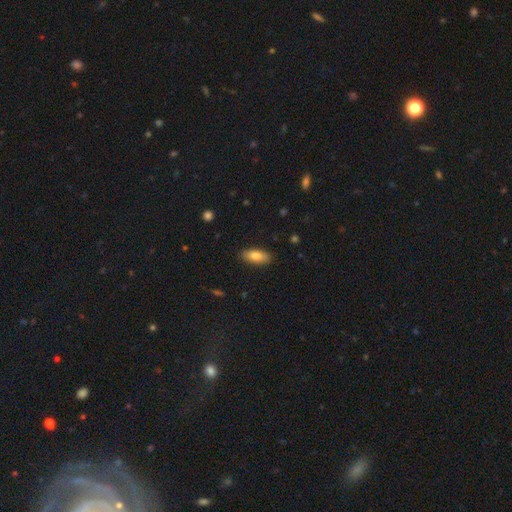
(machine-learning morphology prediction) The model was most divided on "how rounded": in between: 80%, cigar-shaped: 17%, round: 2%. More confident: merging — none (88%); smooth or featured — smooth (81%).